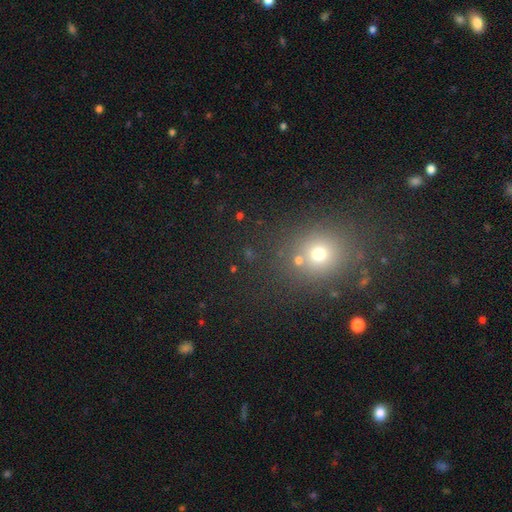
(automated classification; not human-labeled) This is possibly a smooth galaxy (52%). How rounded: likely round (76%). Merging: likely none (80%).